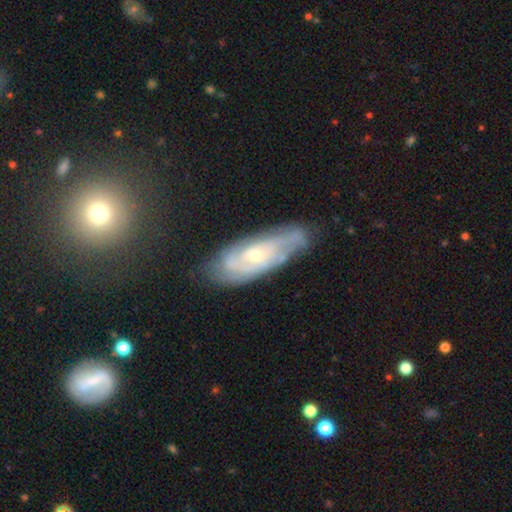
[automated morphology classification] A featured or disk galaxy (76%) with no bar (64%), tight (61%) spiral arms (88%) and a small central bulge (59%).

Vote fractions:
- Smooth or featured? featured or disk: 76% / smooth: 18% / star or artifact: 7%
- Edge-on disk? no: 86% / yes: 14%
- Bar? no: 64% / weak: 30% / strong: 6%
- Spiral arms? yes: 88% / no: 12%
- Spiral winding? tight: 61% / medium: 31% / loose: 8%
- Spiral arm count? can't tell: 50% / 2: 23% / 3: 13% / 4: 6% / 1: 4% / more than 4: 3%
- Bulge size? small: 59% / moderate: 37% / none: 2% / large: 1% / dominant: 1%
- Merging? none: 69% / minor disturbance: 23% / major disturbance: 6% / merger: 2%